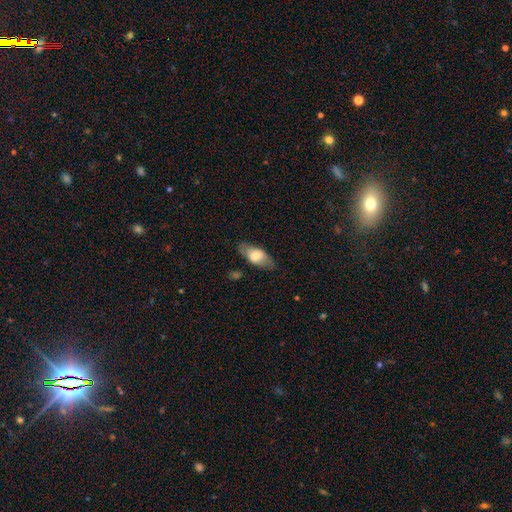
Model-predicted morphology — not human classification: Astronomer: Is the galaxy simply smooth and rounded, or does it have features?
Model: smooth — 63%.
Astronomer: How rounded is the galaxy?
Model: in between — 83%.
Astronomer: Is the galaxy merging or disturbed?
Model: none — 76%.